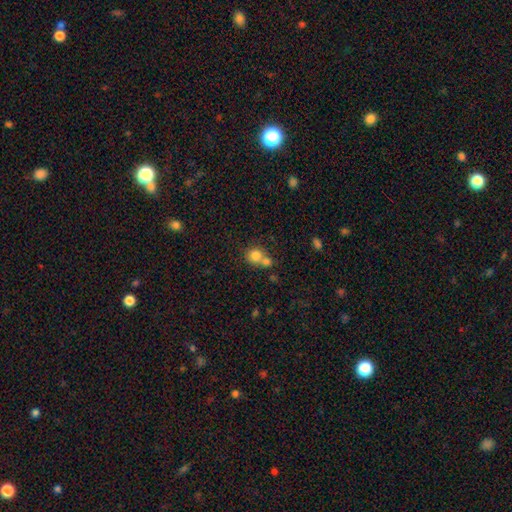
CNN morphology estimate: type=smooth (79%); roundness=round (84%); merging=merger (49%).